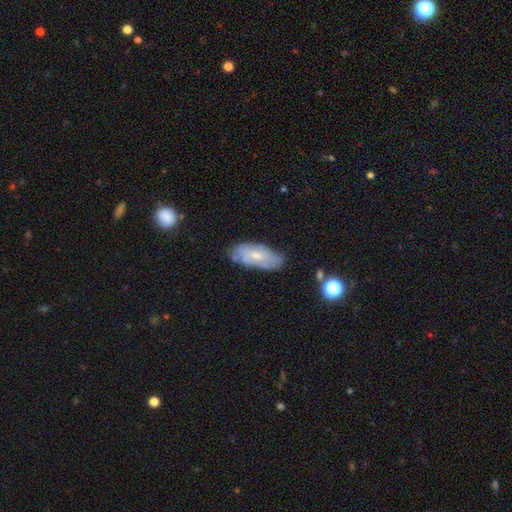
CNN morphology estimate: Overall: smooth (50%; featured or disk 43%). How rounded: in between (86%). Merging: none (67%).